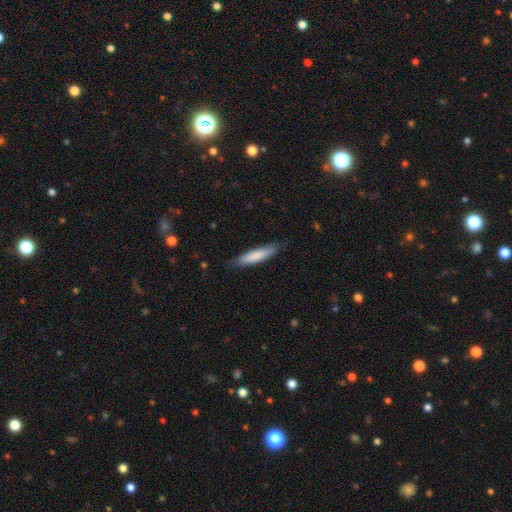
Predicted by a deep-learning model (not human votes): Overall: smooth (80%). How rounded: cigar-shaped (80%). Merging: none (83%).